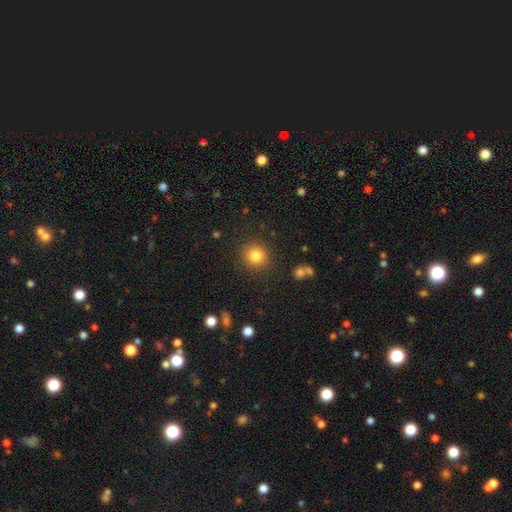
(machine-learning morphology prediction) Smooth or featured? smooth (83%)
How rounded? round (92%)
Merging? none (89%)